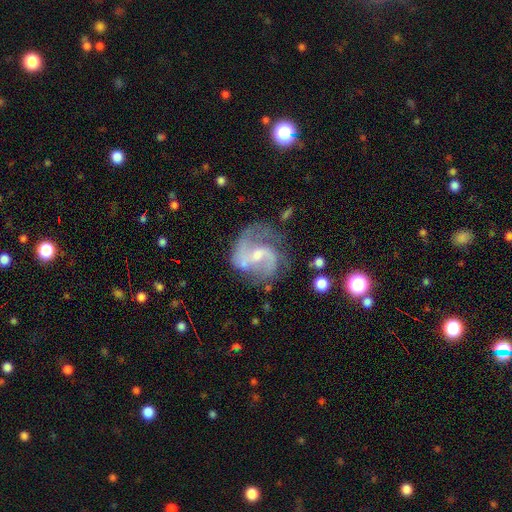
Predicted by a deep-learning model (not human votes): Q: Smooth or featured?
A: featured or disk (86%); runner-up: smooth (7%)
Q: Edge-on disk?
A: no (98%); runner-up: yes (2%)
Q: Bar?
A: weak (52%); runner-up: no (33%)
Q: Spiral arms?
A: yes (96%); runner-up: no (4%)
Q: Spiral winding?
A: medium (53%); runner-up: loose (32%)
Q: Spiral arm count?
A: 2 (84%); runner-up: can't tell (5%)
Q: Bulge size?
A: small (53%); runner-up: moderate (38%)
Q: Merging?
A: none (59%); runner-up: minor disturbance (20%)